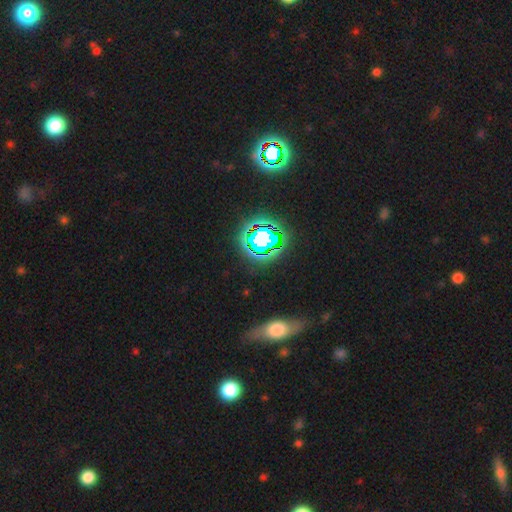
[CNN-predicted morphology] This is possibly a star or artifact rather than a galaxy (46%).